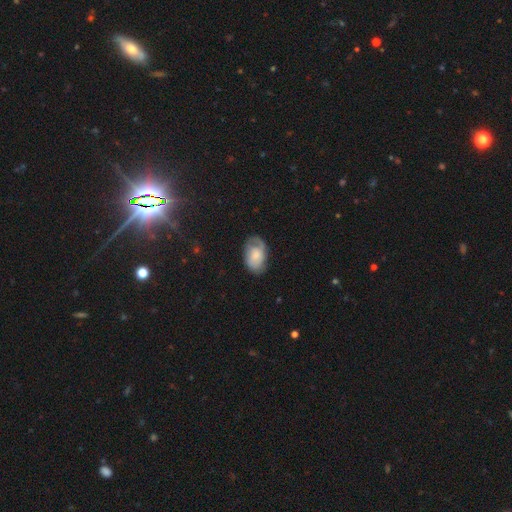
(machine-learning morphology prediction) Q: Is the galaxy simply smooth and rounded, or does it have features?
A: smooth — 51%.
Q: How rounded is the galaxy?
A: in between — 89%.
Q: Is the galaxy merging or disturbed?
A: none — 60%.